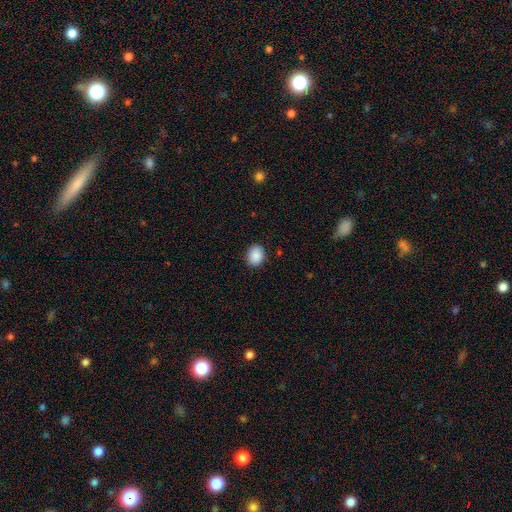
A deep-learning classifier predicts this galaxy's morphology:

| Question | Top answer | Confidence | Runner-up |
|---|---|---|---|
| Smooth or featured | smooth | 89% | star or artifact (8%) |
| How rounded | round | 52% | in between (47%) |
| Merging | none | 87% | minor disturbance (9%) |